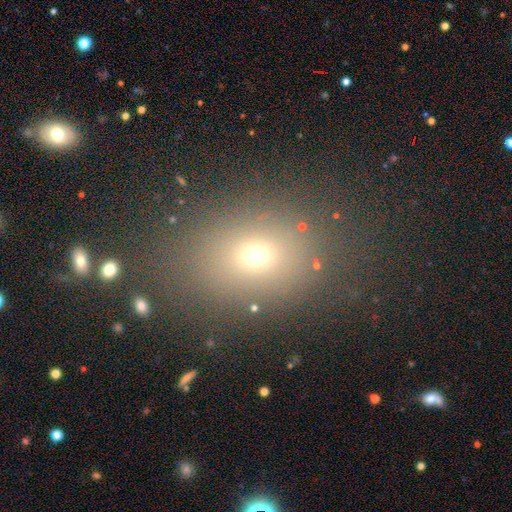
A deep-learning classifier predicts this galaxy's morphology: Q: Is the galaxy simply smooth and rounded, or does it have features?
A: smooth — 66%.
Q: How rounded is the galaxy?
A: in between — 60%.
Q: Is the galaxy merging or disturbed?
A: none — 82%.